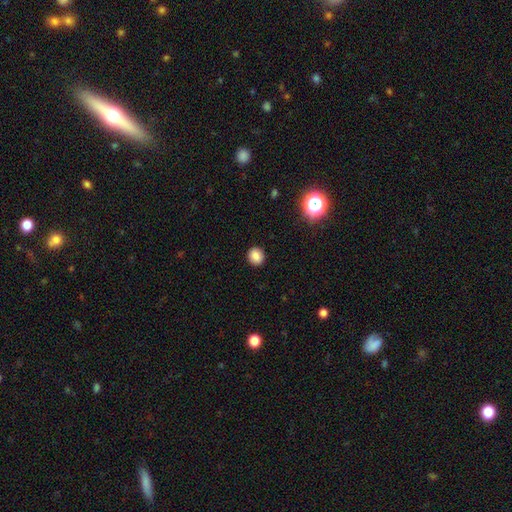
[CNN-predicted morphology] The model was most divided on "how rounded": round: 86%, in between: 14%, cigar-shaped: 1%. More confident: merging — none (92%); smooth or featured — smooth (85%).